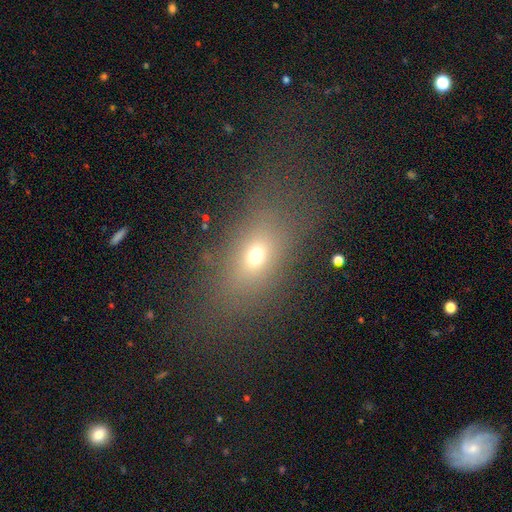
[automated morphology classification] type=smooth (64%); roundness=in between (72%); merging=none (69%).